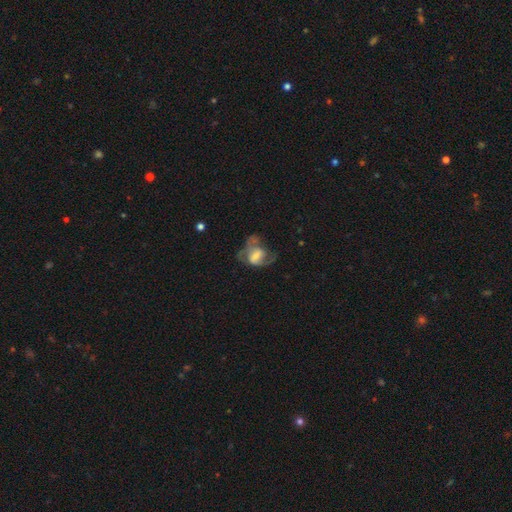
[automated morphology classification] smooth_or_featured: featured or disk (p=0.57) [alt: smooth p=0.34]
disk_edge_on: no (p=0.97) [alt: yes p=0.03]
bar: no (p=0.41) [tied with: weak p=0.41]
has_spiral_arms: yes (p=0.62) [alt: no p=0.38]
bulge_size: moderate (p=0.29) [alt: small p=0.24]
merging: major disturbance (p=0.41) [alt: none p=0.30]